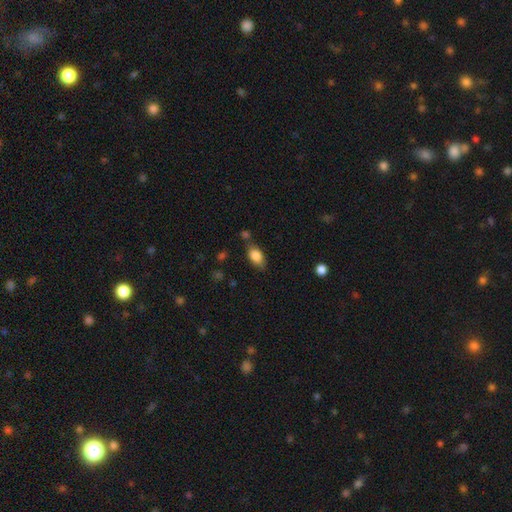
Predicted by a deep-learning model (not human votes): The model was most divided on "merging": none: 72%, minor disturbance: 17%, merger: 7%, major disturbance: 4%. More confident: how rounded — in between (89%); smooth or featured — smooth (84%).